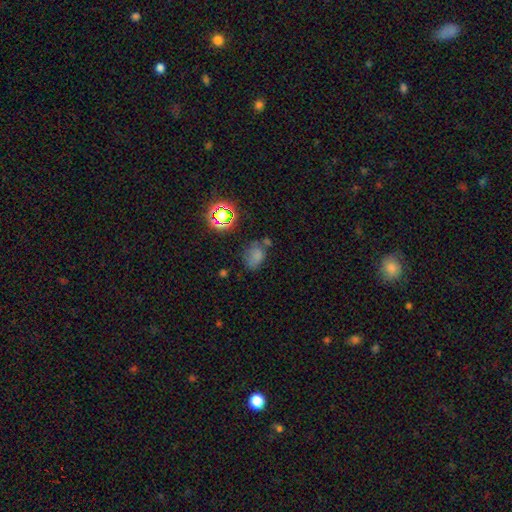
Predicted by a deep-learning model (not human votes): smooth-or-featured: smooth: 67% | star or artifact: 22% | featured or disk: 10%
  how-rounded: in between: 70% | round: 29% | cigar-shaped: 1%
  merging: none: 51% | minor disturbance: 25% | merger: 13% | major disturbance: 11%